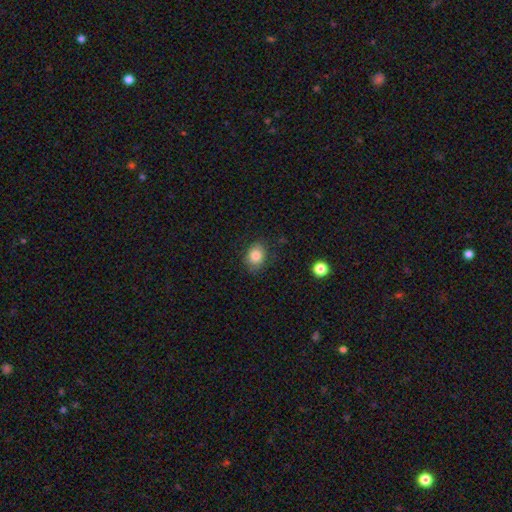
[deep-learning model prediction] Q: Smooth or featured?
A: smooth (83%); runner-up: star or artifact (9%)
Q: How rounded?
A: in between (57%); runner-up: round (42%)
Q: Merging?
A: none (81%); runner-up: minor disturbance (14%)